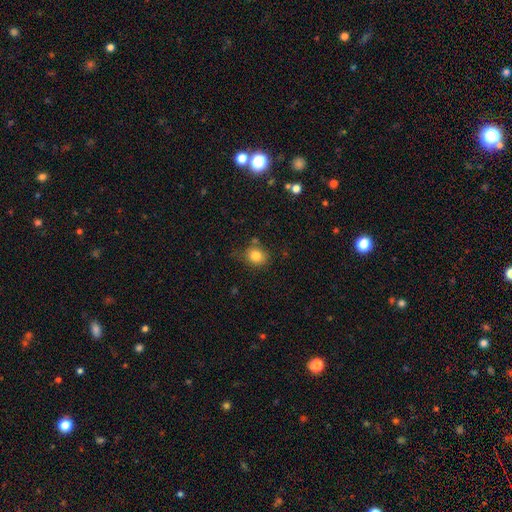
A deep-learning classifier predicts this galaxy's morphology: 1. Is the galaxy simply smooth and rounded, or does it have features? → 81% smooth, 11% star or artifact, 8% featured or disk.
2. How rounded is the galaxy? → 65% round, 34% in between, 1% cigar-shaped.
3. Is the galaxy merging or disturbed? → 70% none, 19% minor disturbance, 6% merger, 5% major disturbance.